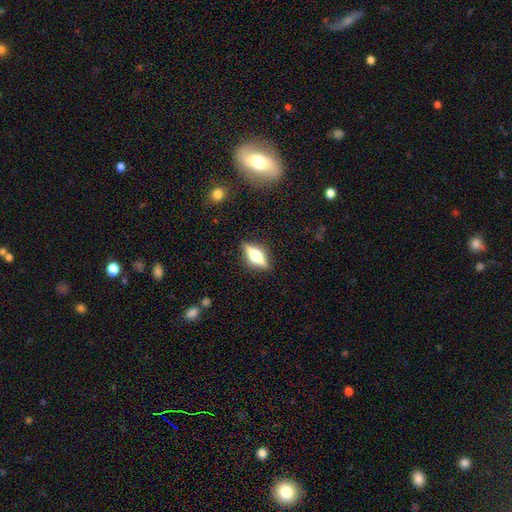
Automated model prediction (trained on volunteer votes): Overall: featured or disk (67%). Edge-on disk: yes (95%). Edge-on bulge: rounded (93%). Merging: none (87%).